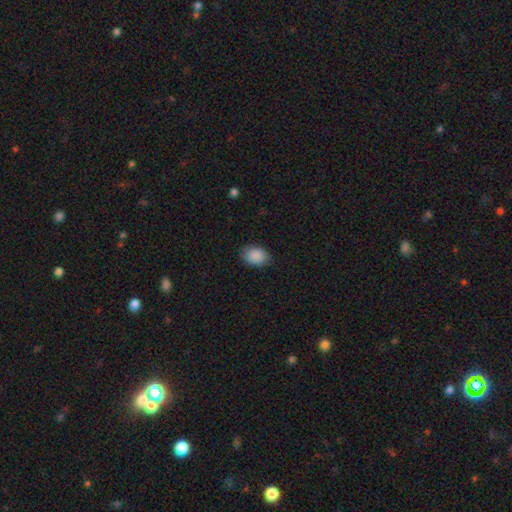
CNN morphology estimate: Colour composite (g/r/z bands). It shows a smooth galaxy with no disk features (90%) that is in between round and cigar-shaped (79%). Merging: none (84%).